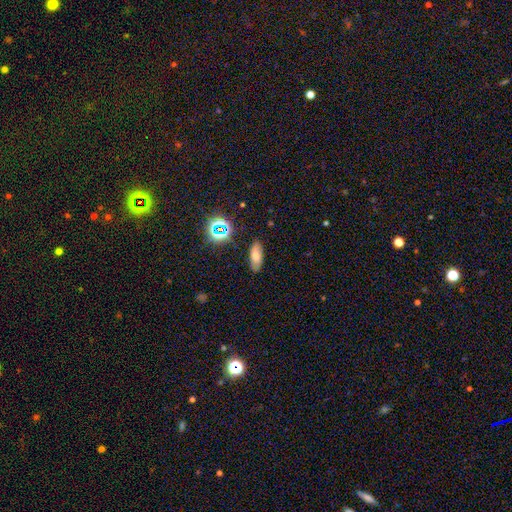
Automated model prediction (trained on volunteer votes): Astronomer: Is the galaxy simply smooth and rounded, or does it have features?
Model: smooth — 70%.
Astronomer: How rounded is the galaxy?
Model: in between — 78%.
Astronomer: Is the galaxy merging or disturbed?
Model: none — 82%.